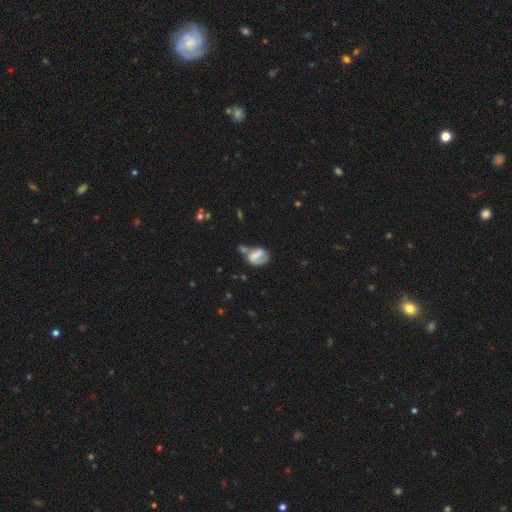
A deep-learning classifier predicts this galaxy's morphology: Smooth or featured? Predicted: smooth (p=0.46). Merging? Predicted: none (p=0.31).